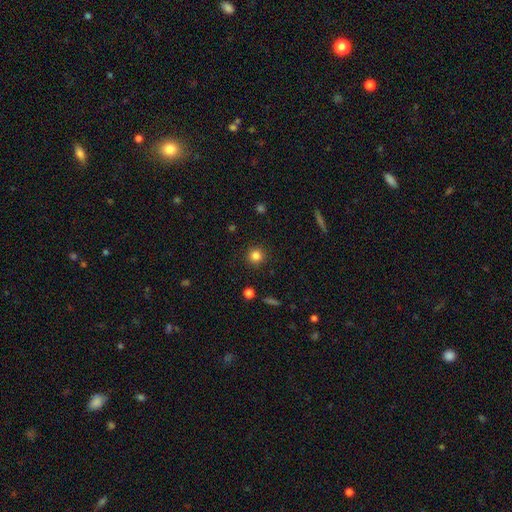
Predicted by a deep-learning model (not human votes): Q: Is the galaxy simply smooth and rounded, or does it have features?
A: smooth — 83%.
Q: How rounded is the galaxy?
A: round — 94%.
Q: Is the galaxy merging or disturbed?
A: none — 91%.